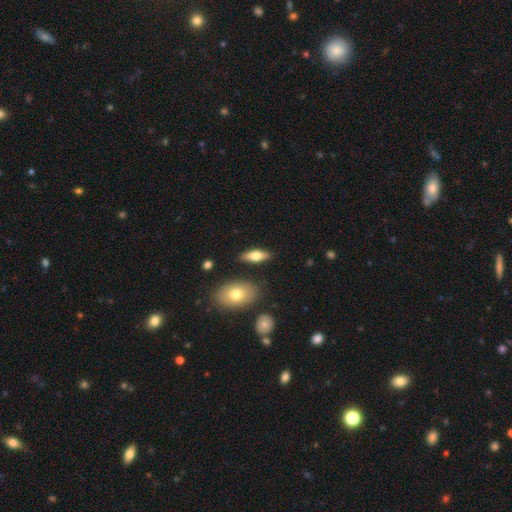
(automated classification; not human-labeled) Smooth or featured: smooth — 62% (featured or disk — 32%)
How rounded: in between — 71% (cigar-shaped — 26%)
Merging: none — 84% (minor disturbance — 10%)